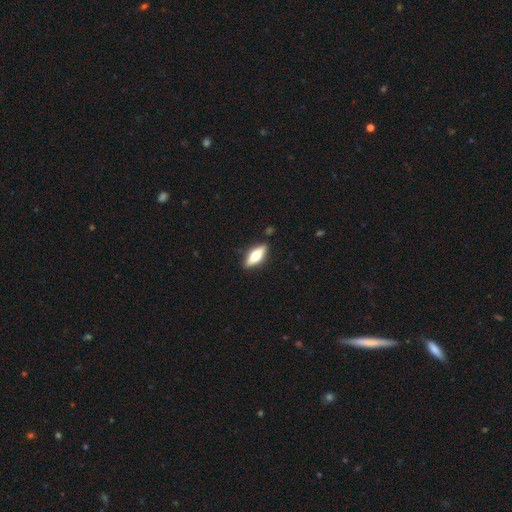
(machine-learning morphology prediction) The model was most divided on "smooth or featured": smooth: 51%, featured or disk: 43%, star or artifact: 6%. More confident: merging — none (87%); how rounded — in between (59%).